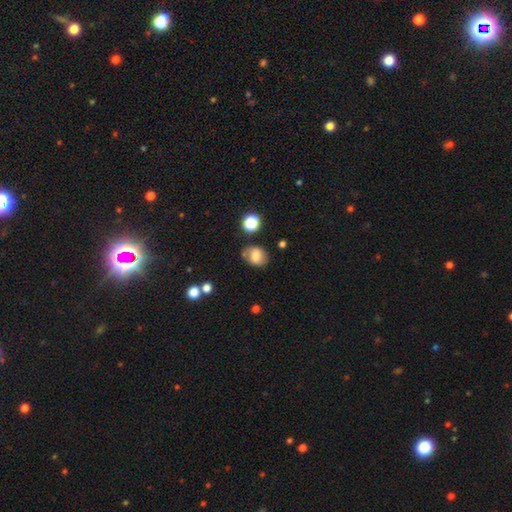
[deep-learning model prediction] Morphology: type=smooth (69%); roundness=in between (54%); merging=none (69%).